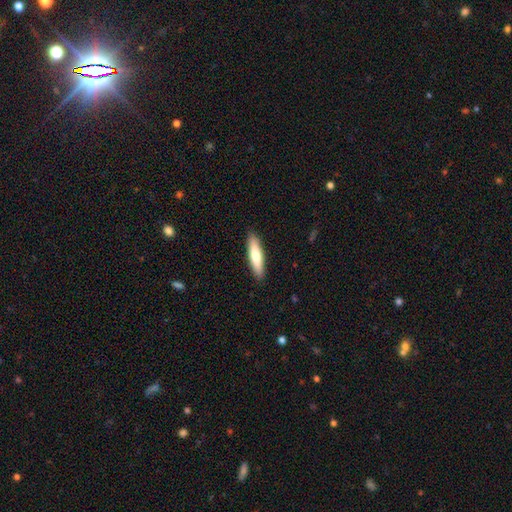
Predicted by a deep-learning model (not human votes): Overall: smooth (70%). How rounded: cigar-shaped (80%). Merging: none (90%).